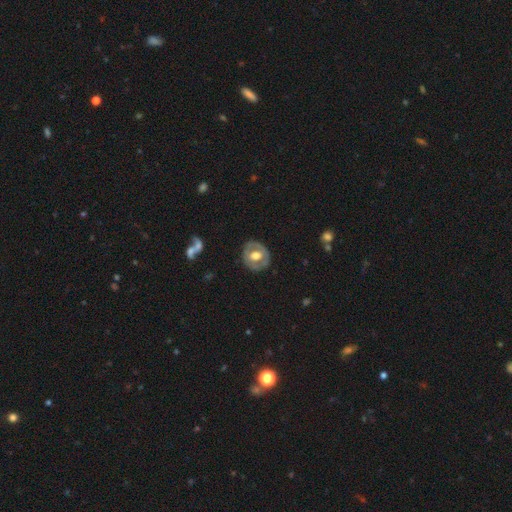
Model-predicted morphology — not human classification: The model was most divided on "smooth or featured": featured or disk: 53%, smooth: 41%, star or artifact: 6%. More confident: edge-on disk — no (94%); merging — none (81%).